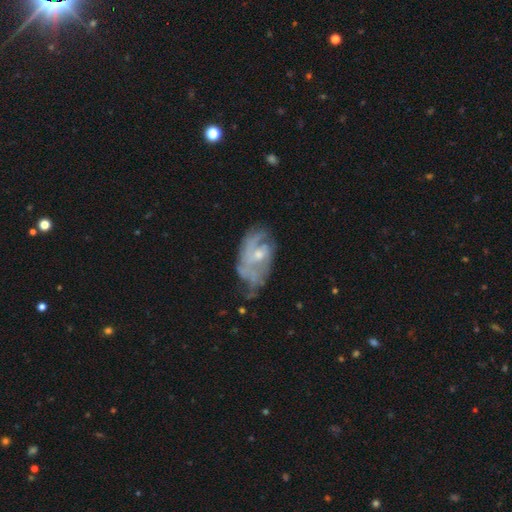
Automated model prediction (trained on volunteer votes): A featured or disk galaxy (75%) with no bar (64%), tight (41%) spiral arms (78%) and a small central bulge (51%). Merging: none (44%).